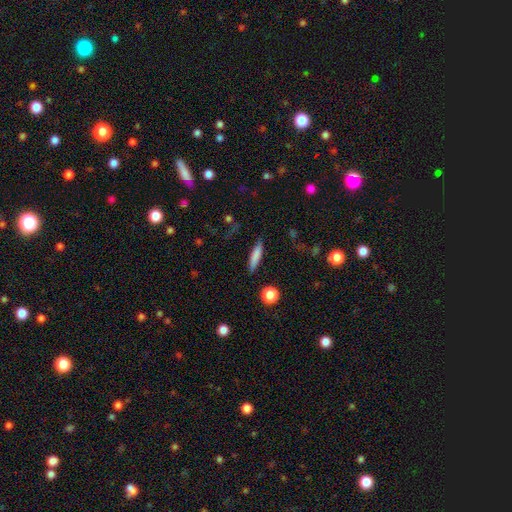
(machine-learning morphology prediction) type=smooth (79%); roundness=cigar-shaped (82%); merging=none (84%).